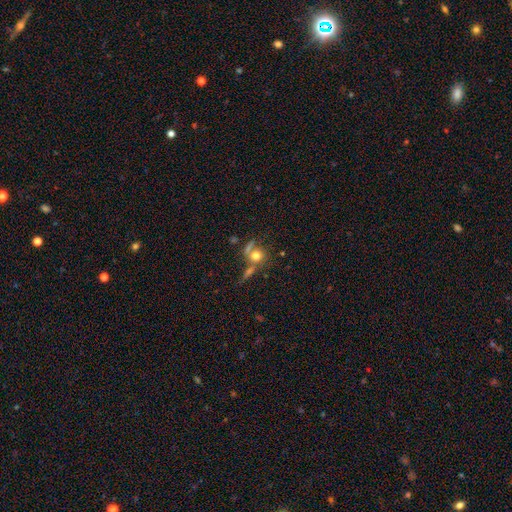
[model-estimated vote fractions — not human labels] The model was most divided on "merging": none: 39%, merger: 37%, major disturbance: 13%, minor disturbance: 12%. More confident: how rounded — round (80%); smooth or featured — smooth (66%).